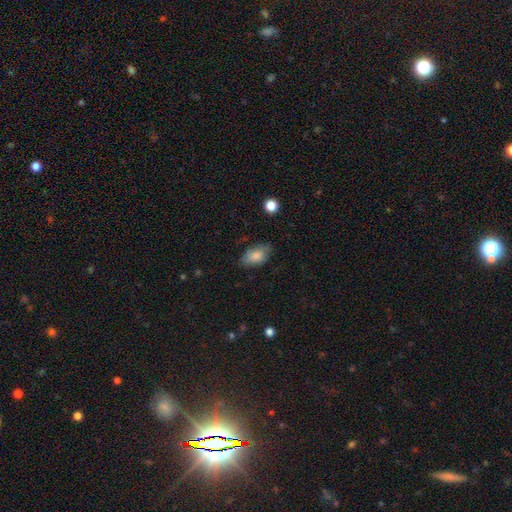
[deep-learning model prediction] The model was most divided on "merging": none: 72%, minor disturbance: 21%, major disturbance: 5%, merger: 1%. More confident: how rounded — in between (91%); smooth or featured — smooth (80%).